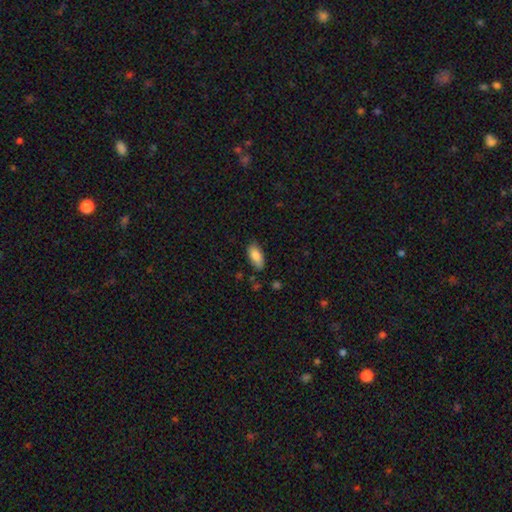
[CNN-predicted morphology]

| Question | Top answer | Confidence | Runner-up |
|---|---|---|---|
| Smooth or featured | smooth | 86% | featured or disk (7%) |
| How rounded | in between | 89% | cigar-shaped (8%) |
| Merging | none | 76% | minor disturbance (19%) |